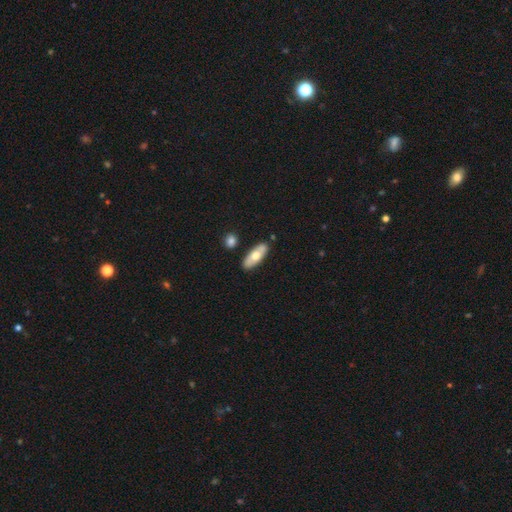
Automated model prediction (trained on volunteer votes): smooth_or_featured: smooth (p=0.60) [alt: featured or disk p=0.35]
how_rounded: in between (p=0.72) [alt: cigar-shaped p=0.26]
merging: none (p=0.84) [alt: minor disturbance p=0.10]